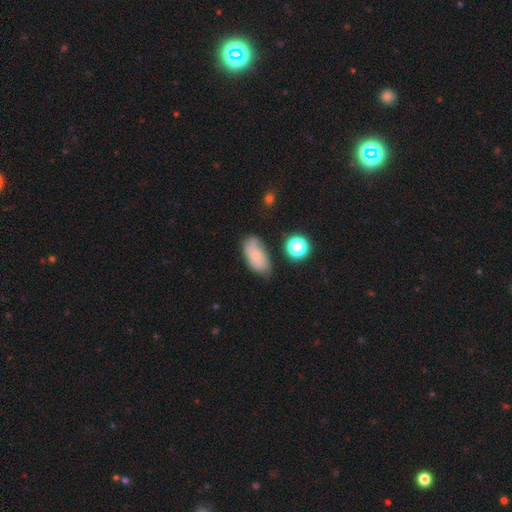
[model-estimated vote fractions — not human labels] smooth_or_featured: smooth (p=0.64) [alt: featured or disk p=0.27]
how_rounded: in between (p=0.91) [alt: round p=0.05]
merging: none (p=0.59) [alt: minor disturbance p=0.29]